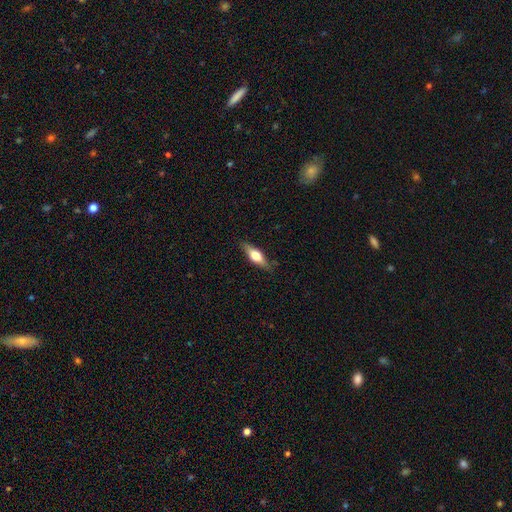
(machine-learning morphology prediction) A smooth galaxy with no disk features (48%).

Vote fractions:
- Smooth or featured? smooth: 48% / featured or disk: 45% / star or artifact: 6%
- Merging? none: 84% / minor disturbance: 13% / major disturbance: 3% / merger: 1%